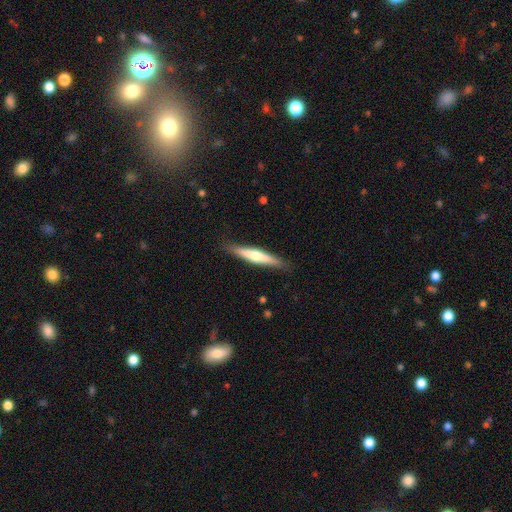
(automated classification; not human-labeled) smooth 48%, featured or disk 47%, star or artifact 5%. Down the decision tree: merging — none (88%).